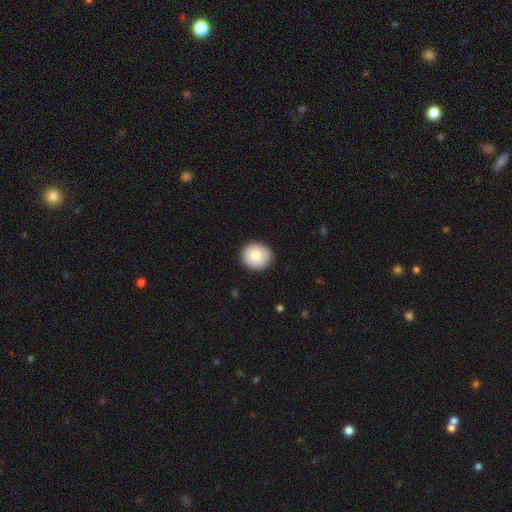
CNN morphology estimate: Smooth or featured? smooth (84%)
How rounded? round (84%)
Merging? none (88%)